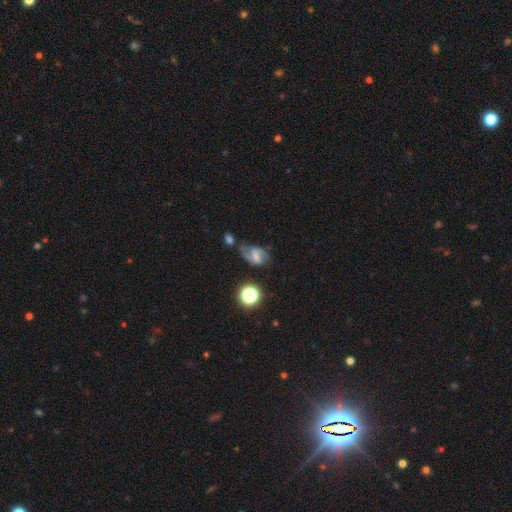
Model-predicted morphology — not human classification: Smooth or featured: featured or disk — 61% (smooth — 26%)
Edge-on disk: no — 97% (yes — 3%)
Bar: weak — 49% (strong — 30%)
Spiral arms: yes — 88% (no — 12%)
Spiral winding: medium — 45% (loose — 38%)
Spiral arm count: 2 — 83% (can't tell — 7%)
Bulge size: small — 43% (moderate — 27%)
Merging: none — 53% (minor disturbance — 24%)